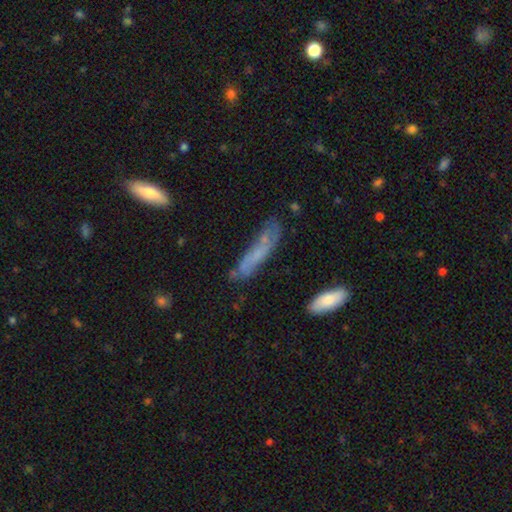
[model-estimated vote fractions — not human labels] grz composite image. It shows a smooth galaxy with no disk features (49%). Merging: none (54%).